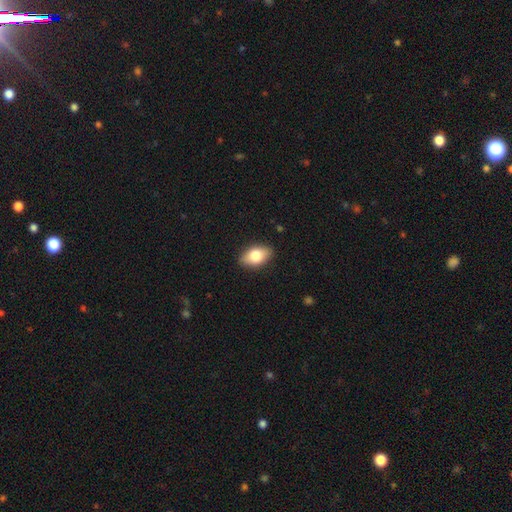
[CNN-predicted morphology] Smooth or featured? Predicted: smooth (p=0.77). How rounded? Predicted: in between (p=0.89). Merging? Predicted: none (p=0.87).